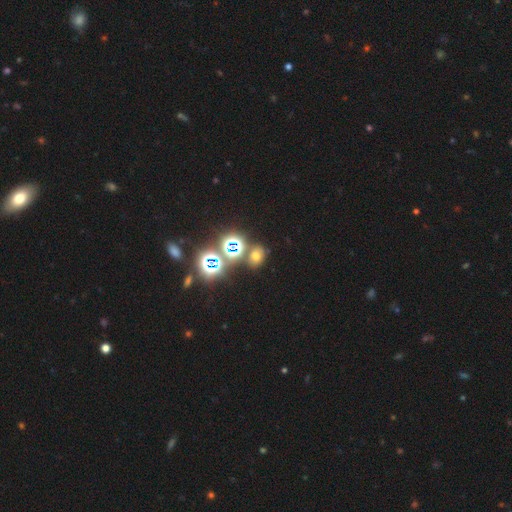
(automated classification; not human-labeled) Morphology: type=smooth (46%); merging=none (75%).